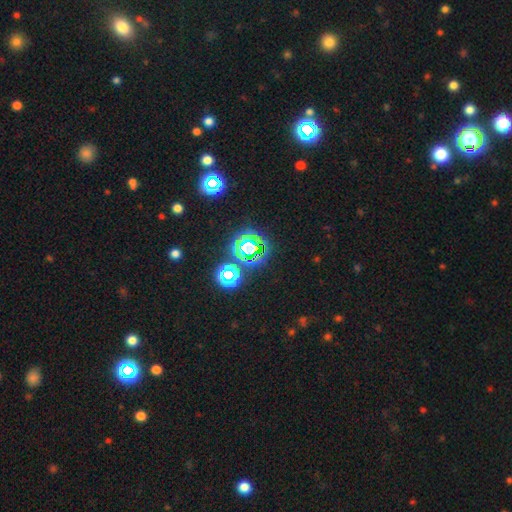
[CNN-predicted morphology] Smooth or featured? star or artifact (73%)